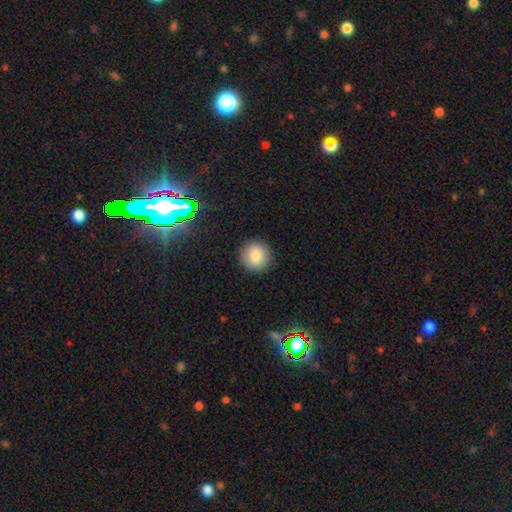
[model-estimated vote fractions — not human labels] Q: Smooth or featured?
A: smooth (85%); runner-up: star or artifact (9%)
Q: How rounded?
A: round (94%); runner-up: in between (5%)
Q: Merging?
A: none (91%); runner-up: minor disturbance (6%)